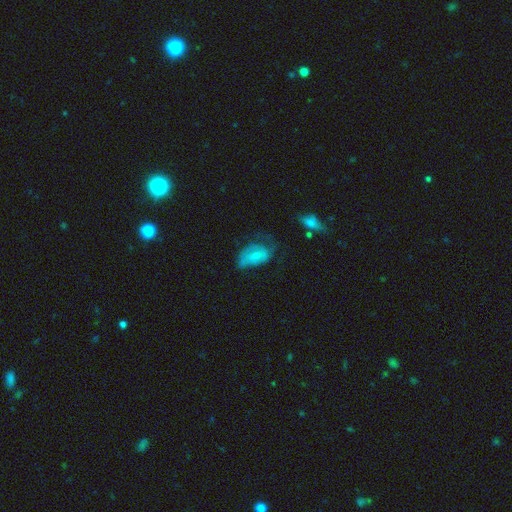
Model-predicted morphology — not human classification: Q: Smooth or featured?
A: featured or disk (48%); runner-up: smooth (45%)
Q: Merging?
A: major disturbance (34%); runner-up: none (31%)